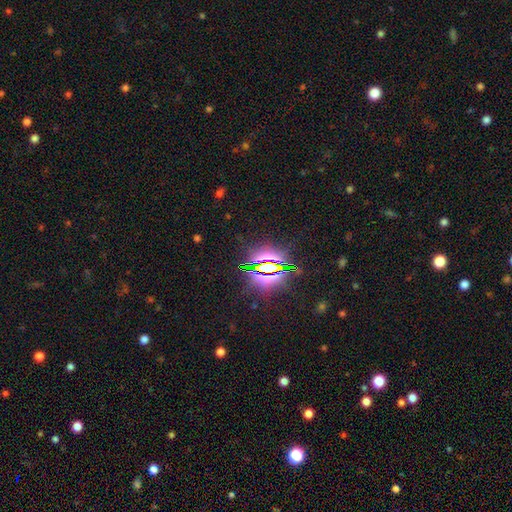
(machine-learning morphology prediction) Smooth or featured?
  - star or artifact: 82% *
  - smooth: 10%
  - featured or disk: 9%